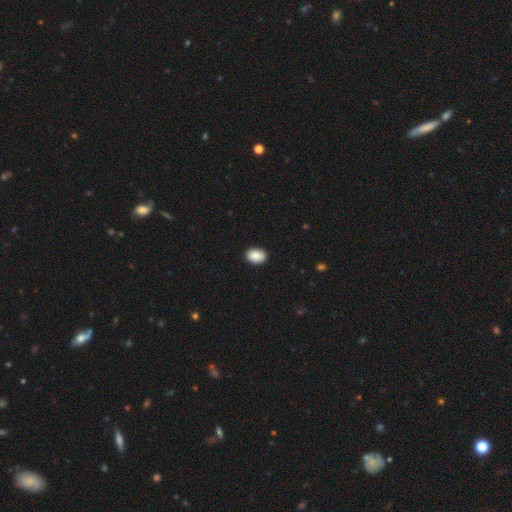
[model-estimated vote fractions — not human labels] A smooth galaxy with no disk features (89%) that is in between round and cigar-shaped (73%). Merging: none (91%).